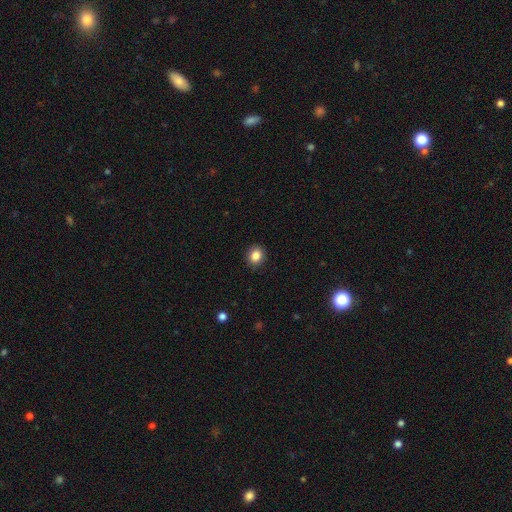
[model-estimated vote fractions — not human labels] Morphology: type=smooth (86%); roundness=round (64%); merging=none (90%).